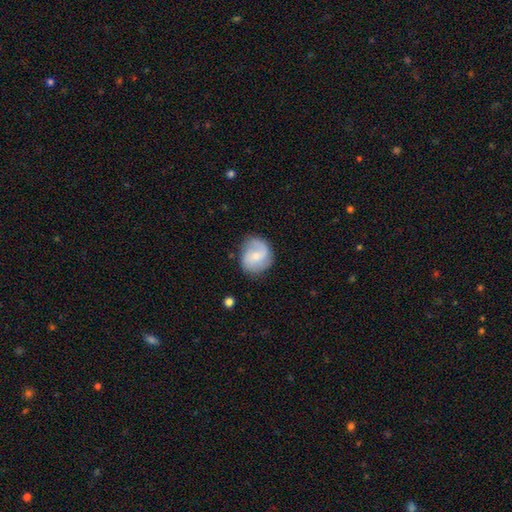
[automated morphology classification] smooth-or-featured: featured or disk: 59% | smooth: 35% | star or artifact: 7%
  disk-edge-on: no: 97% | yes: 3%
    bar: no: 46% | weak: 43% | strong: 10%
    has-spiral-arms: yes: 87% | no: 13%
    bulge-size: small: 60% | moderate: 35% | none: 3% | large: 2% | dominant: 1%
  merging: none: 73% | minor disturbance: 19% | major disturbance: 7% | merger: 2%